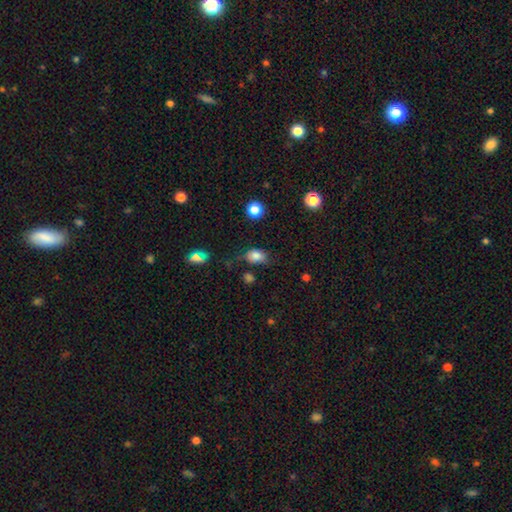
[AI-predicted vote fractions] smooth 82%, star or artifact 12%, featured or disk 7%. Down the decision tree: how rounded — in between (75%); merging — none (58%).